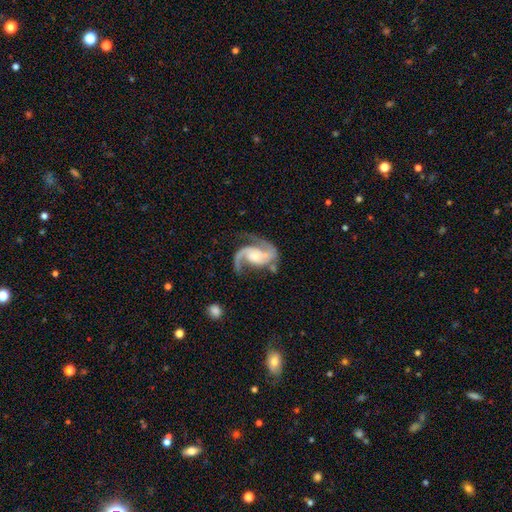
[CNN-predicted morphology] Smooth or featured: featured or disk — 92% (star or artifact — 4%)
Edge-on disk: no — 98% (yes — 2%)
Bar: no — 57% (weak — 31%)
Spiral arms: yes — 98% (no — 2%)
Spiral winding: medium — 54% (loose — 31%)
Spiral arm count: 2 — 88% (1 — 5%)
Bulge size: small — 50% (moderate — 35%)
Merging: none — 60% (minor disturbance — 19%)